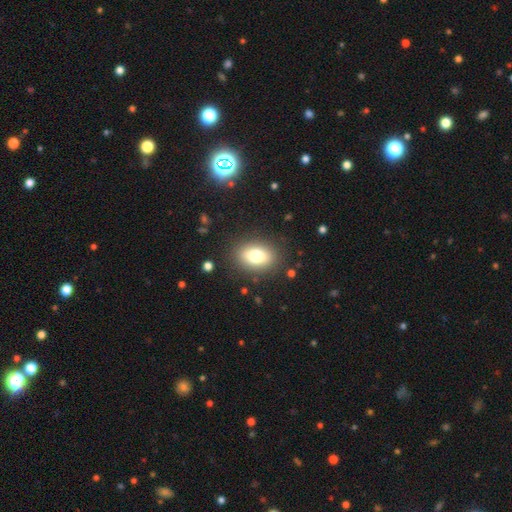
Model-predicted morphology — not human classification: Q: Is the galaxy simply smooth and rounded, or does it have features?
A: smooth — 75%.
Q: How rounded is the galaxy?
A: in between — 79%.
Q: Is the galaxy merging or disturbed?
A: none — 86%.